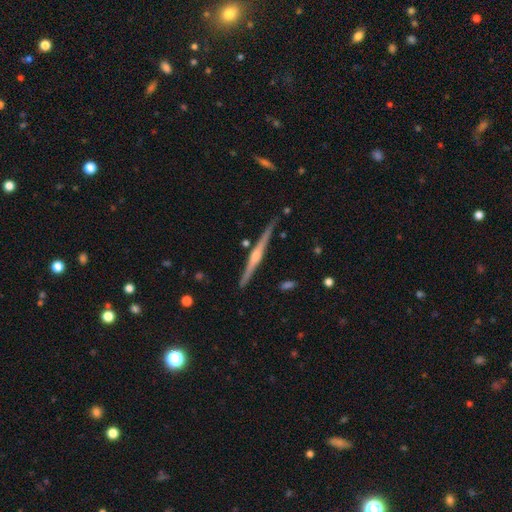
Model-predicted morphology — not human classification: This is clearly a featured or disk galaxy (80%). It is clearly viewed edge-on (98%). Edge-on bulge: likely rounded (74%). Merging: clearly none (88%).